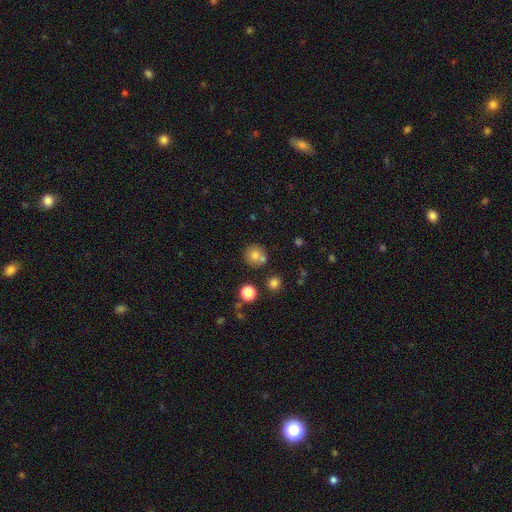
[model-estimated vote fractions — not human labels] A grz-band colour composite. It shows a smooth galaxy with no disk features (76%) that is round (91%). Merging: none (63%).